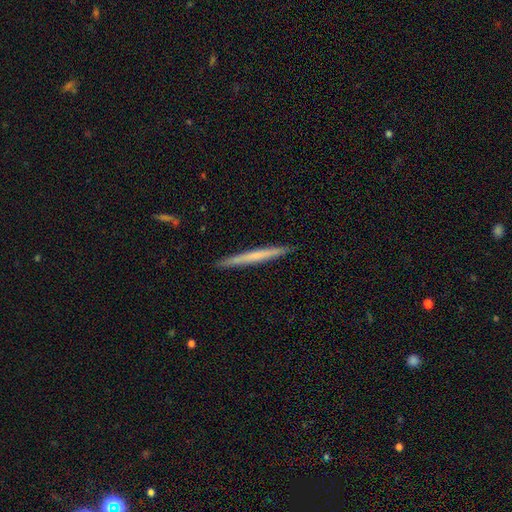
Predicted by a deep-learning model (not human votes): Smooth or featured? Predicted: smooth (p=0.53). How rounded? Predicted: cigar-shaped (p=0.97). Merging? Predicted: none (p=0.91).